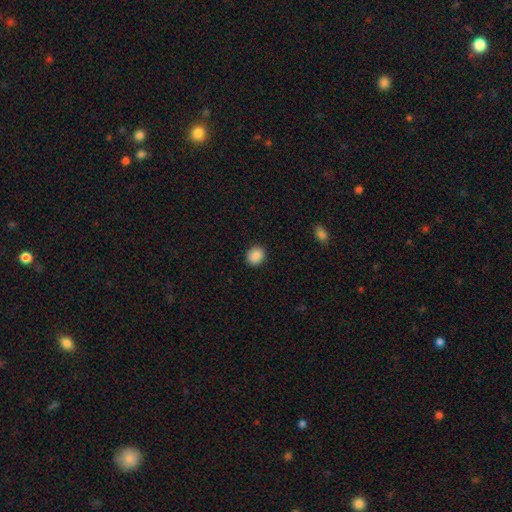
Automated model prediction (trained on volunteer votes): A smooth galaxy with no disk features (88%) that is round (71%).

Vote fractions:
- Smooth or featured? smooth: 88% / star or artifact: 9% / featured or disk: 3%
- How rounded? round: 71% / in between: 28% / cigar-shaped: 1%
- Merging? none: 91% / minor disturbance: 6% / major disturbance: 2% / merger: 1%